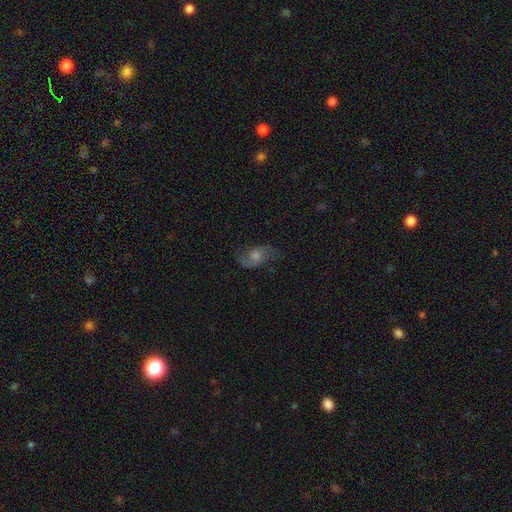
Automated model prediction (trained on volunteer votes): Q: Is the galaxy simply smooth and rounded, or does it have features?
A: featured or disk — 72%.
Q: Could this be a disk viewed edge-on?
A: no — 95%.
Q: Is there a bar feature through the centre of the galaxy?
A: no — 68%.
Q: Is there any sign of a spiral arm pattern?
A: yes — 92%.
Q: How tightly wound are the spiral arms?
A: loose — 49%.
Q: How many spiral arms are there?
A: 2 — 87%.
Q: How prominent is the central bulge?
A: moderate — 55%.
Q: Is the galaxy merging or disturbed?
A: none — 71%.